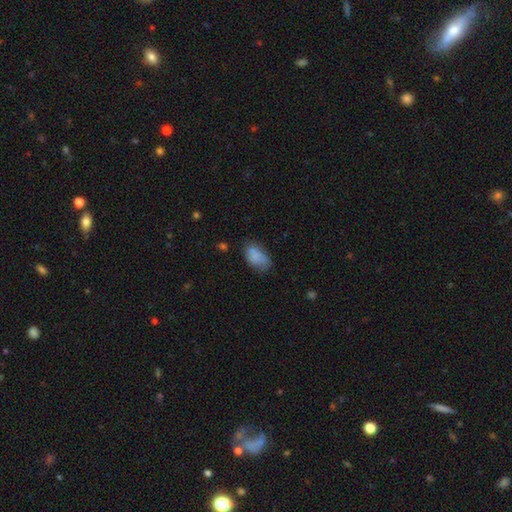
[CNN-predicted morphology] This appears to be a smooth galaxy with no disk features (81%) that is in between round and cigar-shaped (92%). Merging: none (55%).